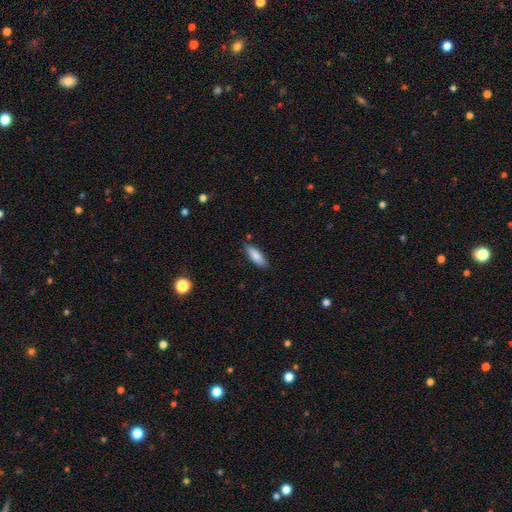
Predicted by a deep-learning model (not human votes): Smooth or featured? Predicted: smooth (p=0.82). How rounded? Predicted: in between (p=0.55). Merging? Predicted: none (p=0.80).